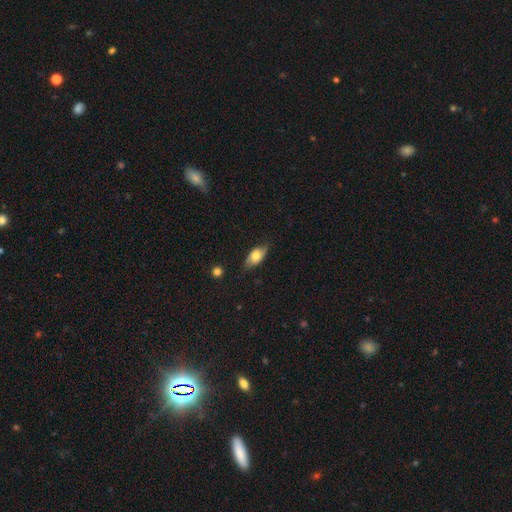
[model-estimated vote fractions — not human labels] smooth-or-featured: smooth: 61% | featured or disk: 32% | star or artifact: 7%
  how-rounded: in between: 86% | cigar-shaped: 7% | round: 7%
  merging: none: 70% | minor disturbance: 23% | major disturbance: 5% | merger: 1%